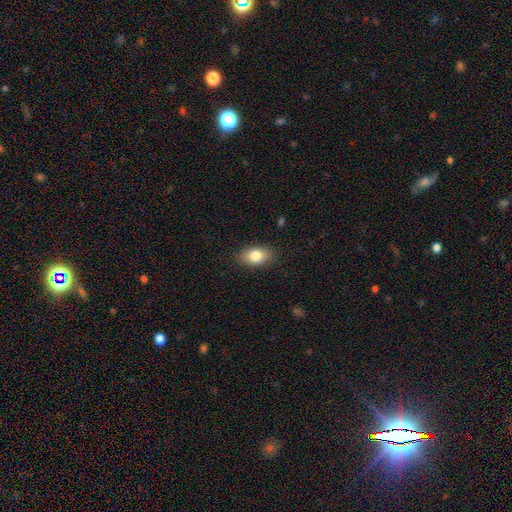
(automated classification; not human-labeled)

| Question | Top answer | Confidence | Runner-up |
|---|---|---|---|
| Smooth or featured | smooth | 81% | featured or disk (11%) |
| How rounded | in between | 87% | round (10%) |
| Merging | none | 86% | minor disturbance (10%) |